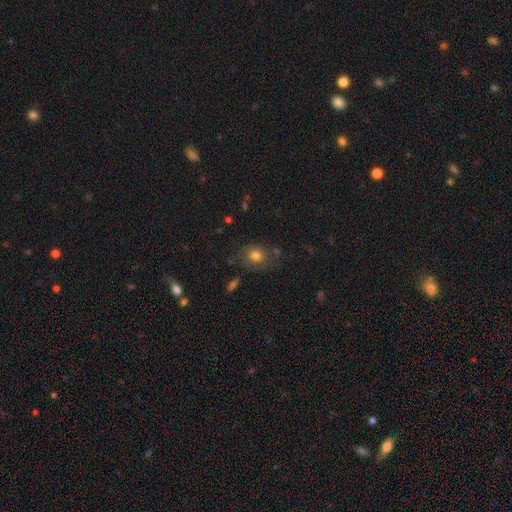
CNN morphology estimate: Smooth or featured: smooth — 74% (featured or disk — 15%)
How rounded: round — 63% (in between — 36%)
Merging: none — 68% (minor disturbance — 20%)